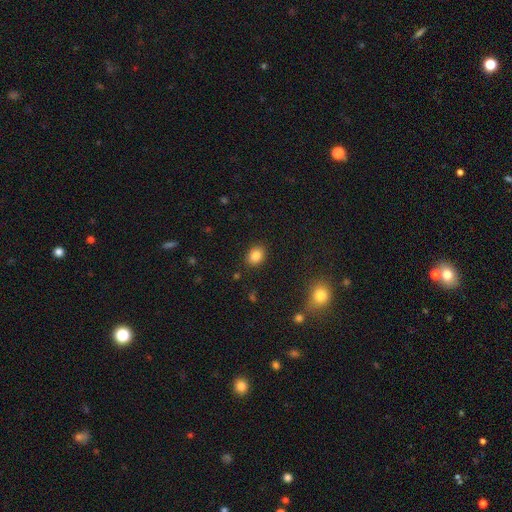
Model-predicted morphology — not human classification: Smooth or featured? Predicted: smooth (p=0.85). How rounded? Predicted: in between (p=0.64). Merging? Predicted: none (p=0.87).